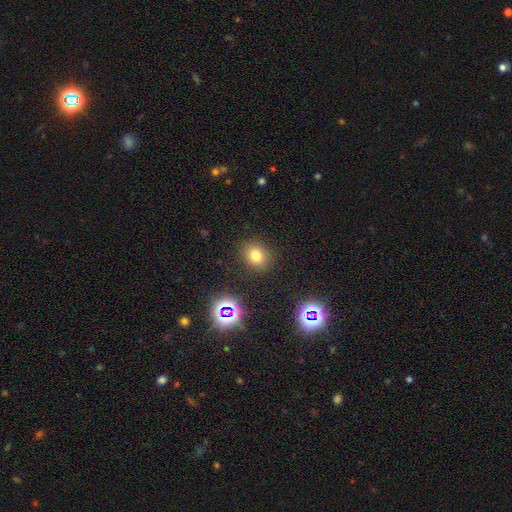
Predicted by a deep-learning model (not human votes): This appears to be a smooth galaxy with no disk features (74%) that is round (68%). Merging: none (86%).